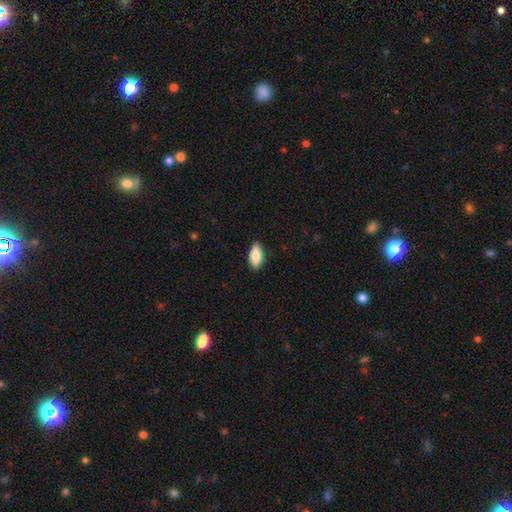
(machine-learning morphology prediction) This is clearly a smooth galaxy (81%). How rounded: clearly in between (81%). Merging: clearly none (89%).